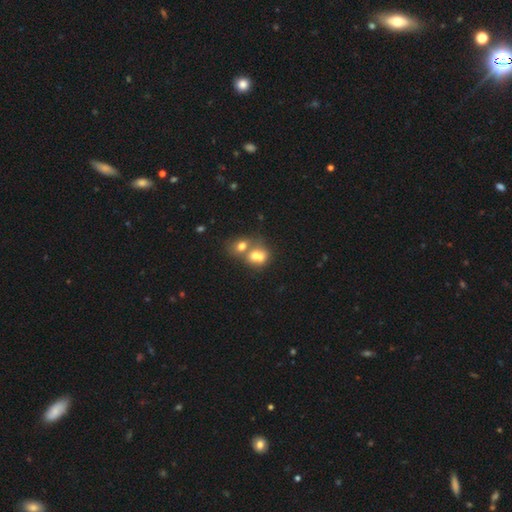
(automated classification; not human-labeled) Smooth or featured? Predicted: smooth (p=0.69). How rounded? Predicted: in between (p=0.50). Merging? Predicted: merger (p=0.70).